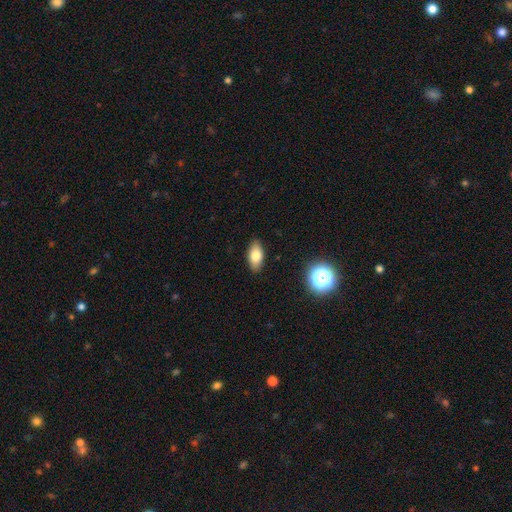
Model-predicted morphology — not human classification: A smooth galaxy with no disk features (78%) that is in between round and cigar-shaped (89%).

Vote fractions:
- Smooth or featured? smooth: 78% / featured or disk: 13% / star or artifact: 9%
- How rounded? in between: 89% / cigar-shaped: 6% / round: 5%
- Merging? none: 88% / minor disturbance: 9% / major disturbance: 2% / merger: 1%